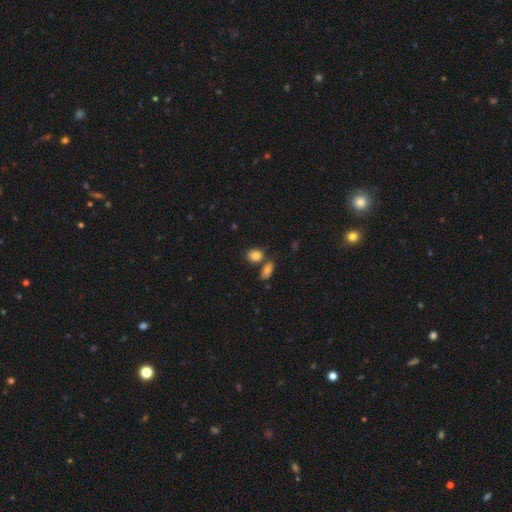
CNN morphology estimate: Q: Smooth or featured?
A: smooth (84%); runner-up: star or artifact (9%)
Q: How rounded?
A: in between (63%); runner-up: round (35%)
Q: Merging?
A: none (59%); runner-up: merger (25%)